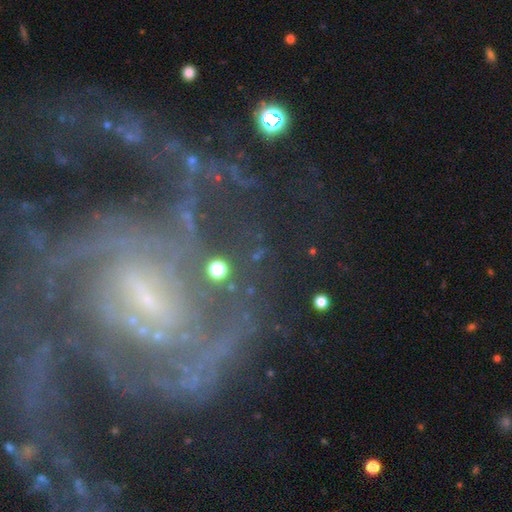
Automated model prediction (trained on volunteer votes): Overall: featured or disk (57%; star or artifact 25%). Edge-on disk: no (93%). Bar: no (38%; weak 31%). Spiral arms: yes (80%). Bulge size: small (62%). Merging: none (70%).